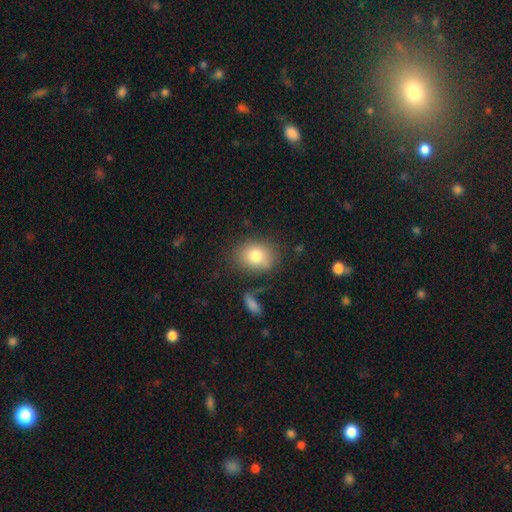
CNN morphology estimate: This is likely a smooth galaxy (79%). How rounded: possibly in between (56%). Merging: likely none (76%).